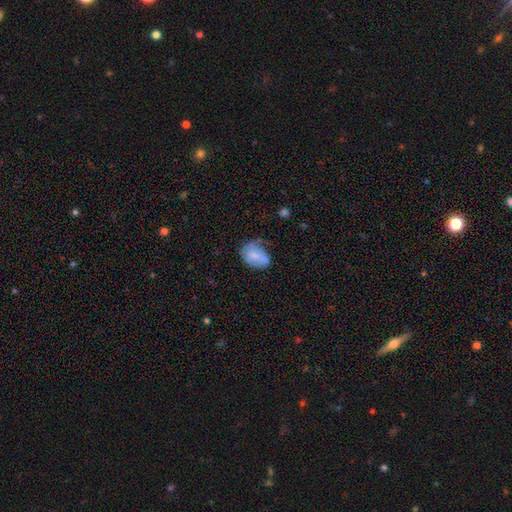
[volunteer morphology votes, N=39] A smooth galaxy with no disk features (72%) that is in between round and cigar-shaped (79%).

Vote fractions:
- Smooth or featured? smooth: 72% / featured or disk: 23% / star or artifact: 5%
- How rounded? in between: 79% / round: 21% / cigar-shaped: 0%
- Merging? none: 41% / minor disturbance: 35% / major disturbance: 14% / merger: 11%